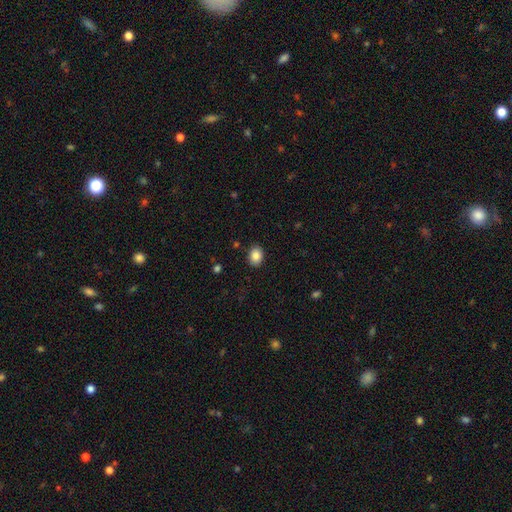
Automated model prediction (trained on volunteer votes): A smooth galaxy with no disk features (85%) that is in between round and cigar-shaped (64%). Merging: none (88%).